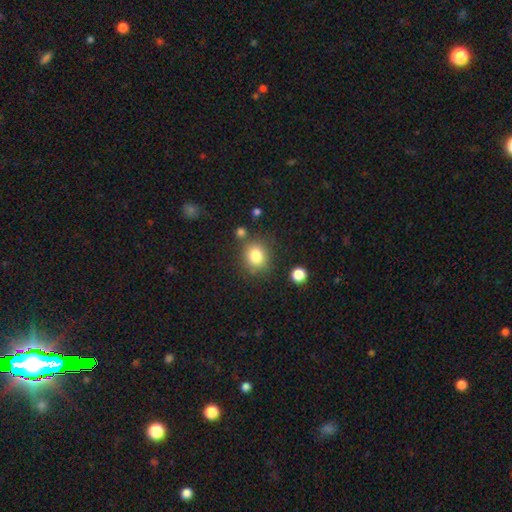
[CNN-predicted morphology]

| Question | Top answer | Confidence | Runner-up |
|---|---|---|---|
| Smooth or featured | smooth | 83% | star or artifact (11%) |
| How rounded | round | 72% | in between (27%) |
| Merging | none | 77% | minor disturbance (12%) |